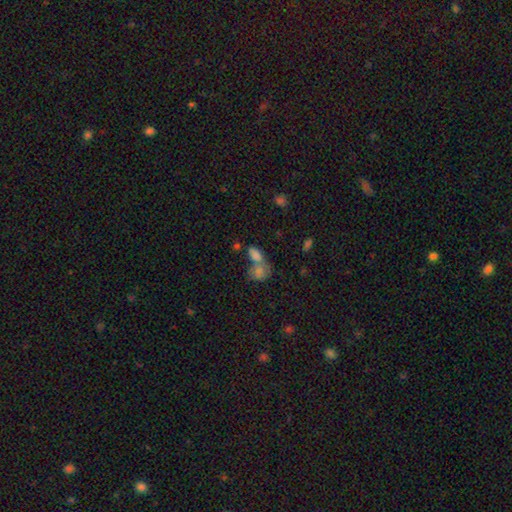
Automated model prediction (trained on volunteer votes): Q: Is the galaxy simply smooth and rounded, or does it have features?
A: smooth — 74%.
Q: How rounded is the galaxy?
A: in between — 81%.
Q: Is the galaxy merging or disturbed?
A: merger — 57%.